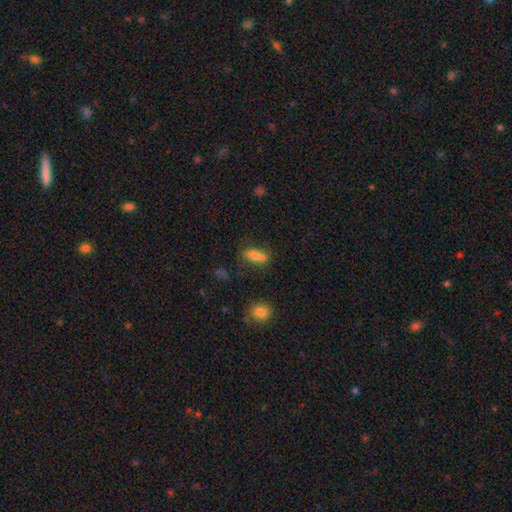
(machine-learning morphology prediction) This appears to be a smooth galaxy with no disk features (74%) that is in between round and cigar-shaped (69%). Merging: none (56%).